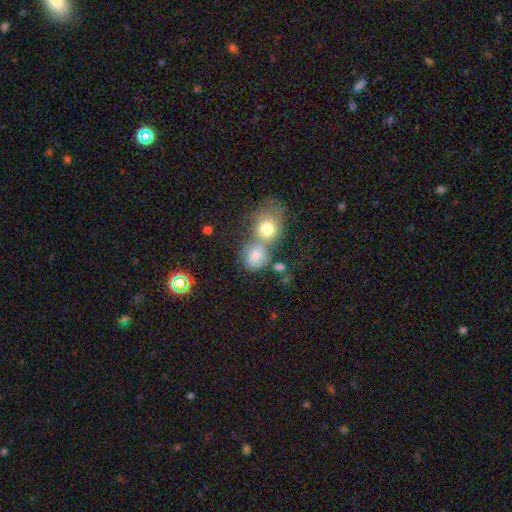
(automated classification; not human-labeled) Q: Smooth or featured?
A: smooth (69%); runner-up: featured or disk (19%)
Q: How rounded?
A: round (69%); runner-up: in between (30%)
Q: Merging?
A: merger (55%); runner-up: none (29%)